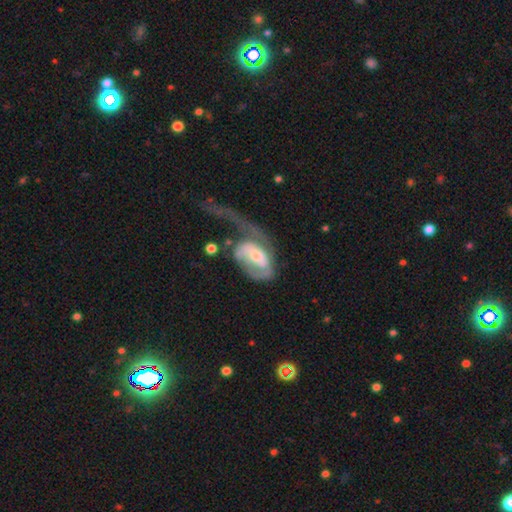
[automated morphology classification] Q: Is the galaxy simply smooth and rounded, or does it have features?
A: featured or disk — 66%.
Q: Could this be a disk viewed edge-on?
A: no — 96%.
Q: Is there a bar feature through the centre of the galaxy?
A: no — 54%.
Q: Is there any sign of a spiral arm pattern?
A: yes — 72%.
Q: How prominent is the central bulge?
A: moderate — 46%.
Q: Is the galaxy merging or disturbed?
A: major disturbance — 68%.